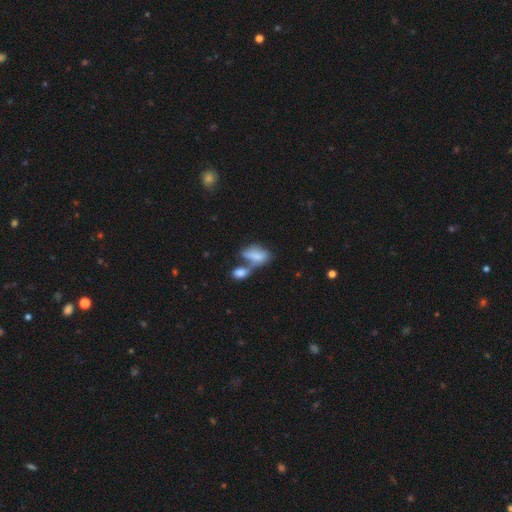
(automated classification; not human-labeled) Smooth or featured?
  - smooth: 73% *
  - featured or disk: 18%
  - star or artifact: 9%
How rounded?
  - in between: 88% *
  - cigar-shaped: 6%
  - round: 6%
Merging?
  - merger: 56% *
  - none: 22%
  - minor disturbance: 12%
  - major disturbance: 10%